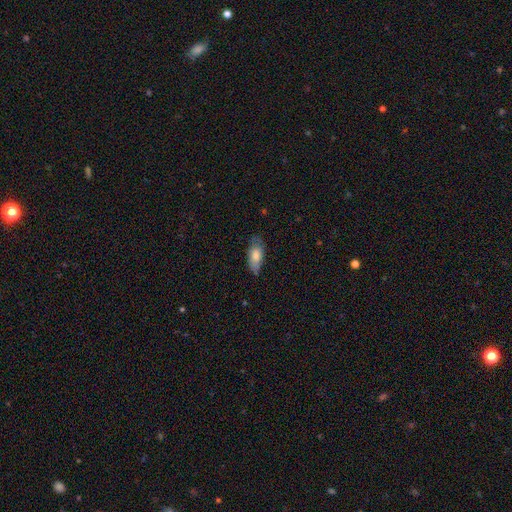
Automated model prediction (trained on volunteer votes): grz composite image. It shows a smooth galaxy with no disk features (74%) that is in between round and cigar-shaped (84%). Merging: none (66%).